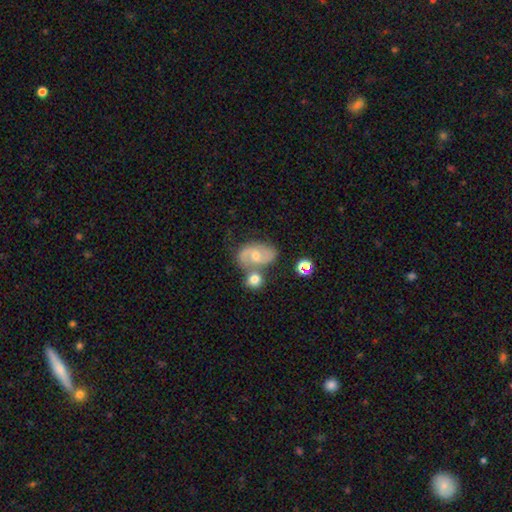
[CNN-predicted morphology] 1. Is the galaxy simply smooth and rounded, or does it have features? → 65% featured or disk, 26% smooth, 9% star or artifact.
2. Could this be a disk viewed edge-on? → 96% no, 4% yes.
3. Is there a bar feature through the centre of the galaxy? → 50% no, 40% weak, 10% strong.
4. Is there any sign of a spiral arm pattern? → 87% yes, 13% no.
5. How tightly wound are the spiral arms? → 48% medium, 36% loose, 16% tight.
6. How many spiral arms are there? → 87% 2, 7% can't tell, 2% 1, 2% 3, 1% 4, 1% more than 4.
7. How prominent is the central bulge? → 52% moderate, 42% small, 3% none, 2% large, 1% dominant.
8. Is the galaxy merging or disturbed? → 49% none, 28% merger, 17% minor disturbance, 6% major disturbance.